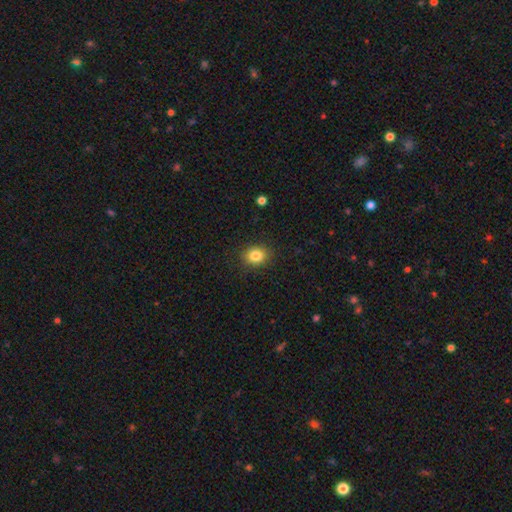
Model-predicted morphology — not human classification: The model was most divided on "how rounded": round: 62%, in between: 38%, cigar-shaped: 1%. More confident: merging — none (88%); smooth or featured — smooth (84%).